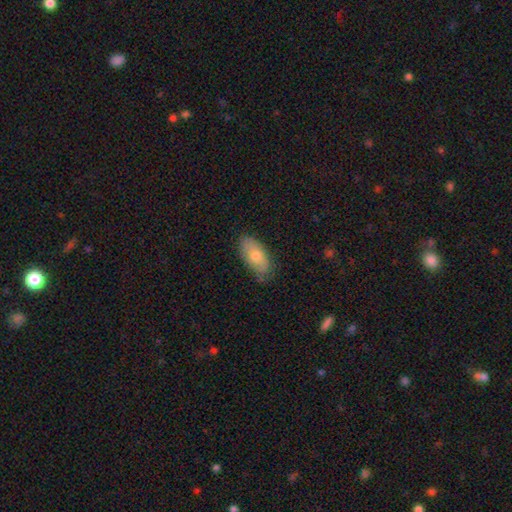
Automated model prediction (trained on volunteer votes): The model was most divided on "smooth or featured": smooth: 73%, featured or disk: 20%, star or artifact: 7%. More confident: how rounded — in between (89%); merging — none (74%).